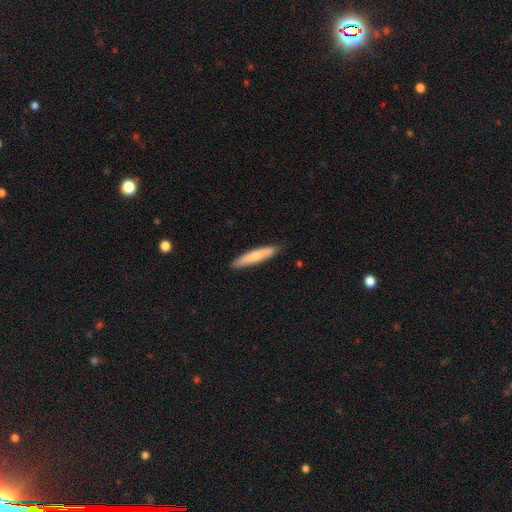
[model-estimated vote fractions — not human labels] smooth_or_featured: smooth (p=0.75) [alt: featured or disk p=0.20]
how_rounded: cigar-shaped (p=0.89) [alt: in between p=0.10]
merging: none (p=0.87) [alt: minor disturbance p=0.11]